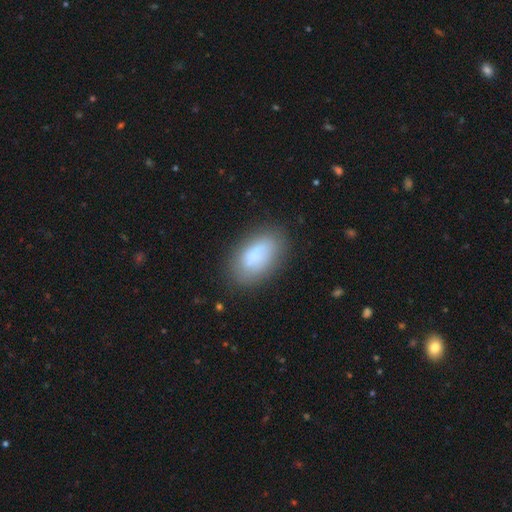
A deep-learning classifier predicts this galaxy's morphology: A smooth galaxy with no disk features (75%) that is in between round and cigar-shaped (91%). Merging: none (72%).